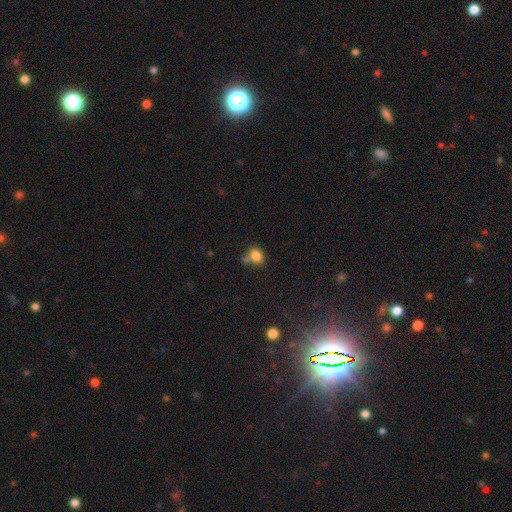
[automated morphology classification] A smooth galaxy with no disk features (81%) that is in between round and cigar-shaped (60%). Merging: none (50%).